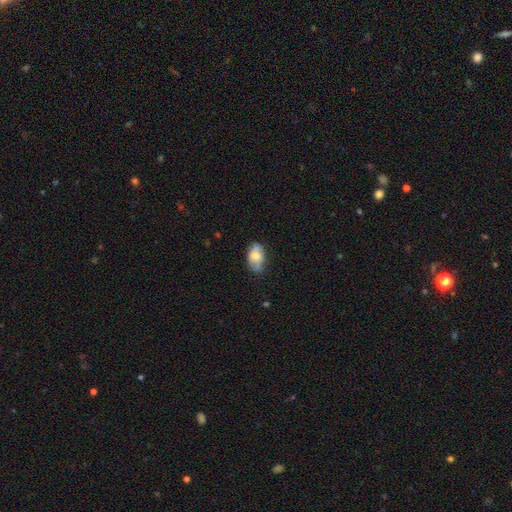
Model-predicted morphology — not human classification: smooth_or_featured: smooth (p=0.64) [alt: featured or disk p=0.28]
how_rounded: in between (p=0.90) [alt: round p=0.07]
merging: none (p=0.58) [alt: minor disturbance p=0.31]